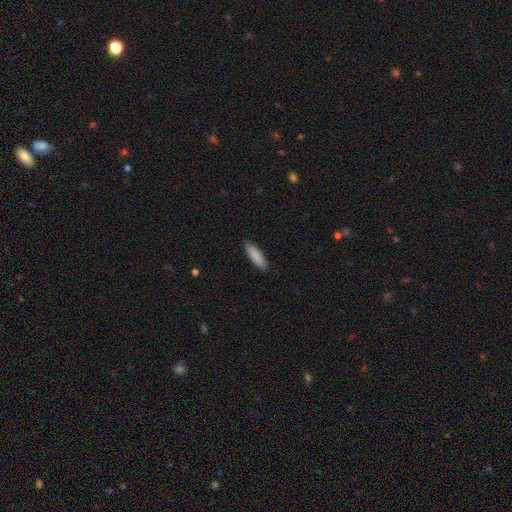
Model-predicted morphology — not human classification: type=smooth (88%); roundness=cigar-shaped (66%); merging=none (89%).